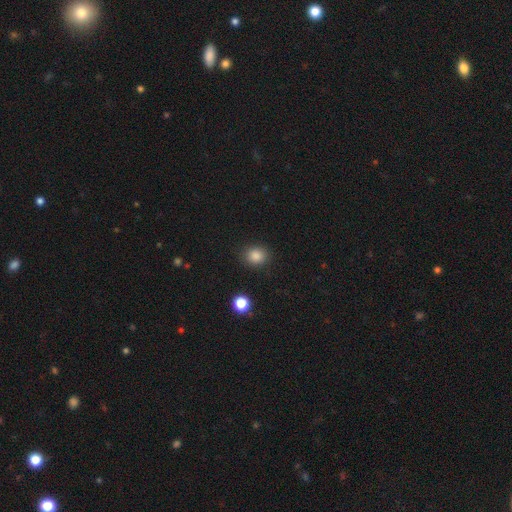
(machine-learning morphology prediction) smooth-or-featured: smooth: 85% | star or artifact: 11% | featured or disk: 4%
  how-rounded: round: 72% | in between: 27% | cigar-shaped: 1%
  merging: none: 88% | minor disturbance: 8% | major disturbance: 2% | merger: 2%